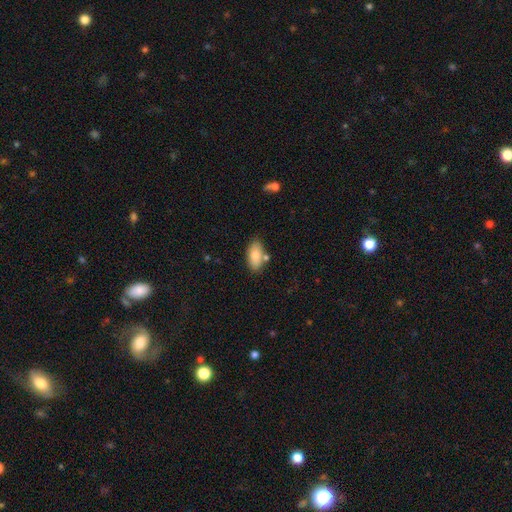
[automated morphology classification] Smooth or featured?
  - smooth: 83% *
  - featured or disk: 11%
  - star or artifact: 7%
How rounded?
  - in between: 91% *
  - cigar-shaped: 6%
  - round: 3%
Merging?
  - none: 73% *
  - minor disturbance: 14%
  - merger: 10%
  - major disturbance: 3%